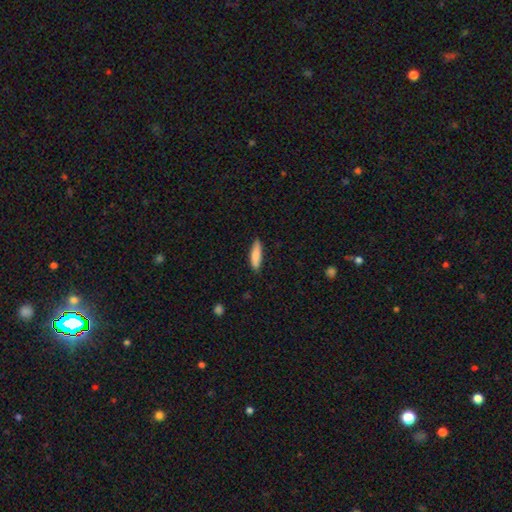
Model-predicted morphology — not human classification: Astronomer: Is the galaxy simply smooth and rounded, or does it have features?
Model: smooth — 84%.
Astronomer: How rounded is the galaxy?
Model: cigar-shaped — 64%.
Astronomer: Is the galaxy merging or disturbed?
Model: none — 83%.